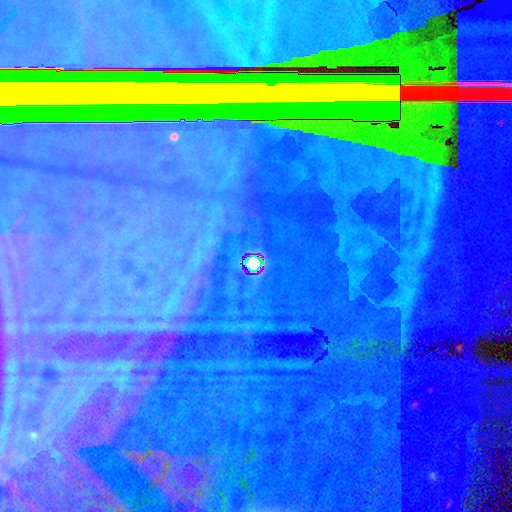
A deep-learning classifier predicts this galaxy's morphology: smooth-or-featured: star or artifact: 88% | featured or disk: 7% | smooth: 5%